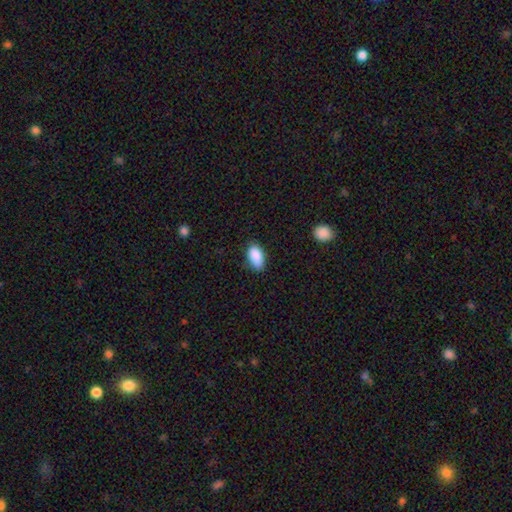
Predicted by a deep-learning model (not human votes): This is clearly a smooth galaxy (89%). How rounded: clearly in between (93%). Merging: likely none (76%).